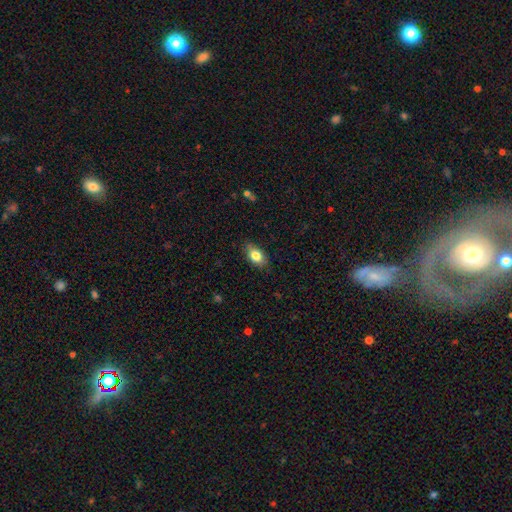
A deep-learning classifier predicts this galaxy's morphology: This appears to be a smooth galaxy with no disk features (82%) that is in between round and cigar-shaped (86%). Merging: none (82%).